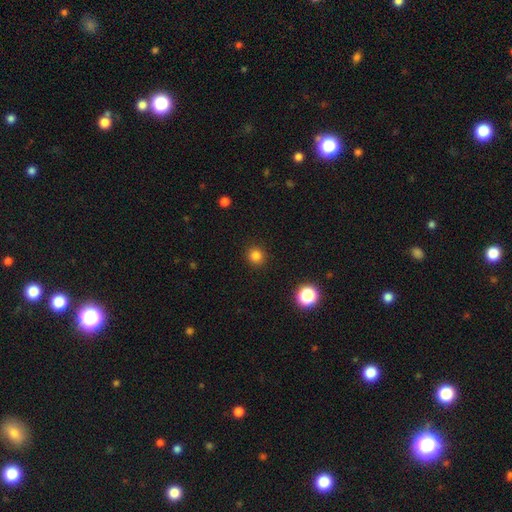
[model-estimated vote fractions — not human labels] A smooth galaxy with no disk features (82%) that is round (93%).

Vote fractions:
- Smooth or featured? smooth: 82% / star or artifact: 14% / featured or disk: 4%
- How rounded? round: 93% / in between: 6% / cigar-shaped: 1%
- Merging? none: 92% / minor disturbance: 5% / major disturbance: 2% / merger: 1%